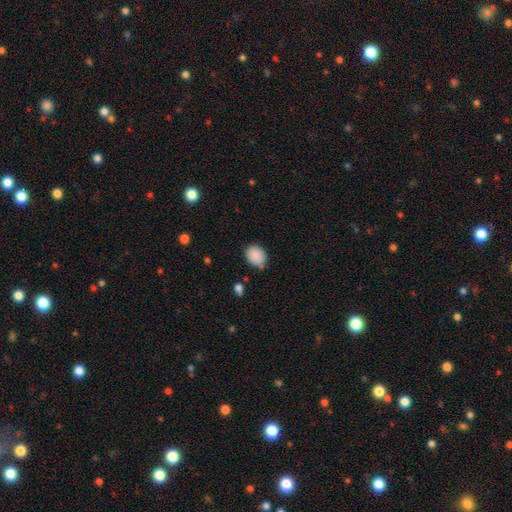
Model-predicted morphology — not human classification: A smooth galaxy with no disk features (88%) that is in between round and cigar-shaped (54%). Merging: none (71%).